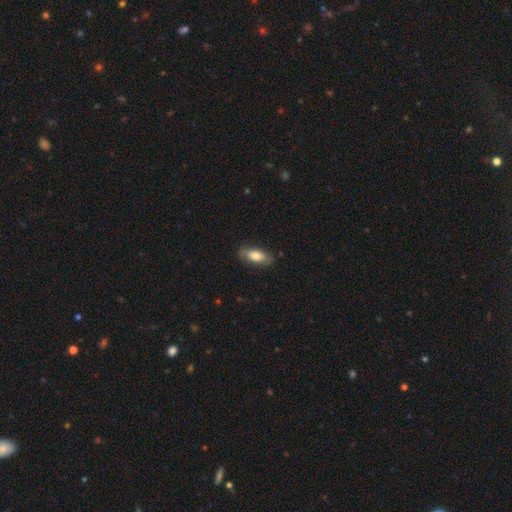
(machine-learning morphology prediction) smooth_or_featured: smooth (p=0.75) [alt: featured or disk p=0.18]
how_rounded: in between (p=0.80) [alt: cigar-shaped p=0.18]
merging: none (p=0.81) [alt: minor disturbance p=0.15]